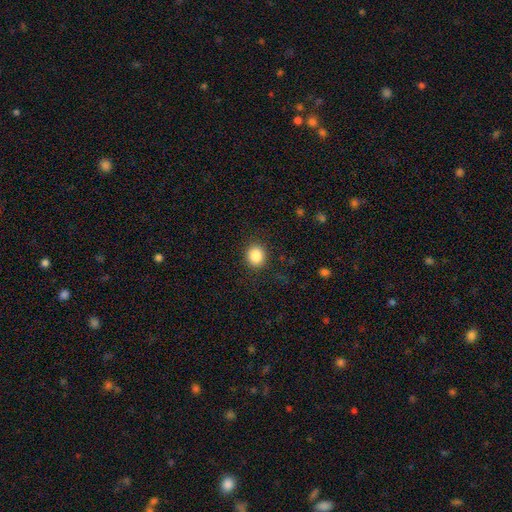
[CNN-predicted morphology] smooth_or_featured: smooth (p=0.87) [alt: star or artifact p=0.10]
how_rounded: round (p=0.82) [alt: in between p=0.17]
merging: none (p=0.89) [alt: minor disturbance p=0.07]